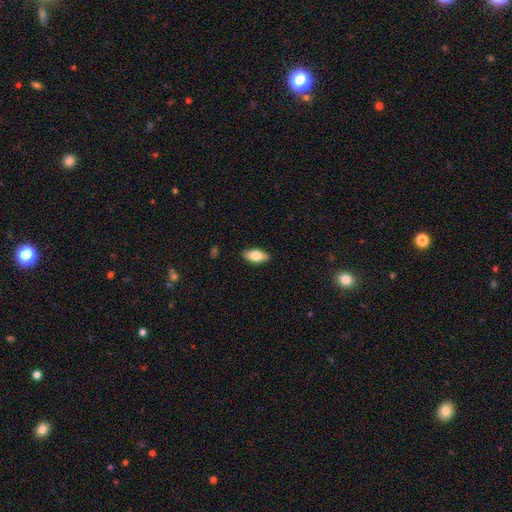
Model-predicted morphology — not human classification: This is clearly a smooth galaxy (81%). How rounded: clearly in between (89%). Merging: clearly none (88%).